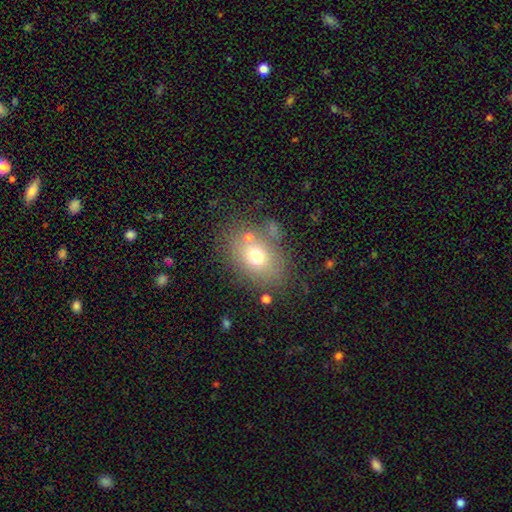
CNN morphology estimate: Q: Smooth or featured?
A: smooth (67%); runner-up: featured or disk (19%)
Q: How rounded?
A: in between (68%); runner-up: round (31%)
Q: Merging?
A: none (68%); runner-up: minor disturbance (15%)